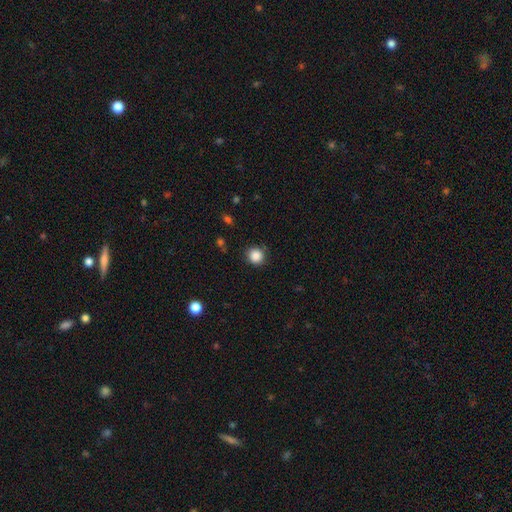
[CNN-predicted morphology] A smooth galaxy with no disk features (87%) that is round (92%). Merging: none (86%).